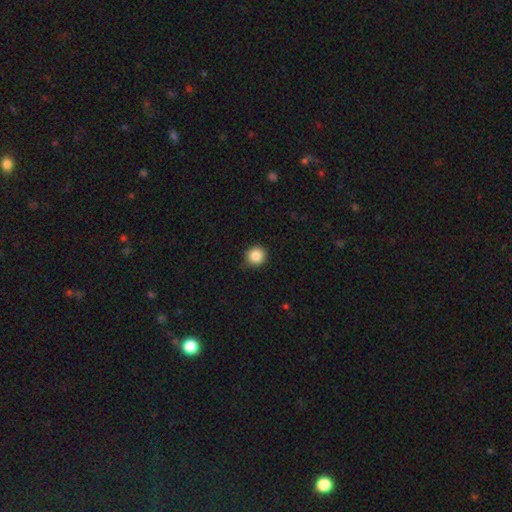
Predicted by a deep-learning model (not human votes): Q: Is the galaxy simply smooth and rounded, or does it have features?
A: smooth — 87%.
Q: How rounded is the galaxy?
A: round — 94%.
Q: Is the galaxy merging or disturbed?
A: none — 89%.